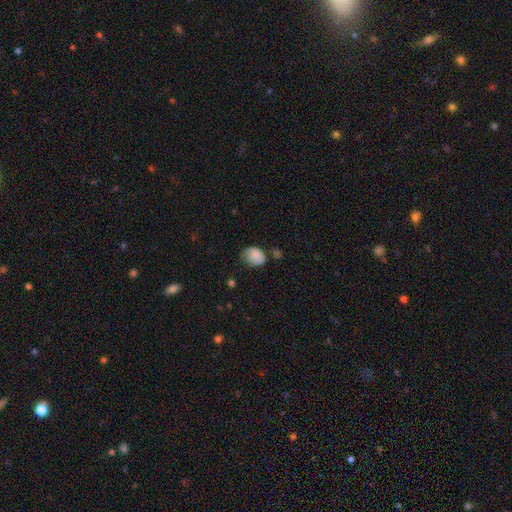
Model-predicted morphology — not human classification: smooth_or_featured: smooth (p=0.79) [alt: featured or disk p=0.13]
how_rounded: in between (p=0.65) [alt: round p=0.34]
merging: none (p=0.42) [alt: minor disturbance p=0.39]